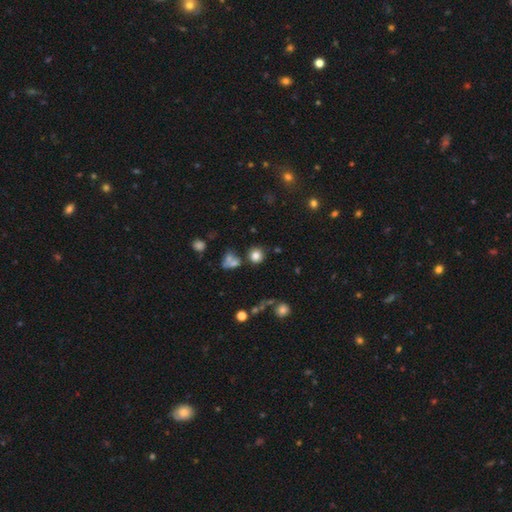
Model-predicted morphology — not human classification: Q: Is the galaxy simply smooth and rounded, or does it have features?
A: smooth — 79%.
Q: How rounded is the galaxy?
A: round — 89%.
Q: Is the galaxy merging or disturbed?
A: none — 75%.